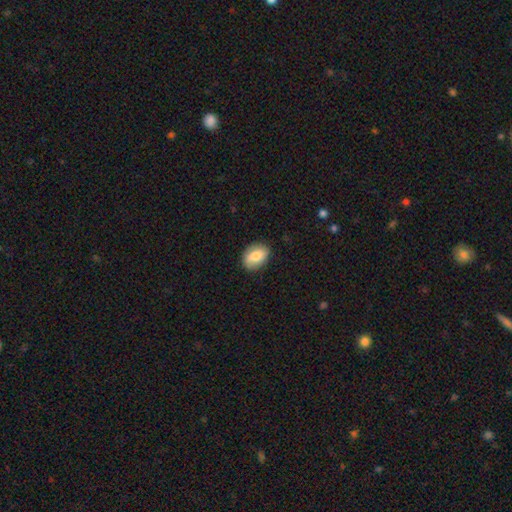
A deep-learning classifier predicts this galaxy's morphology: Smooth or featured? Predicted: smooth (p=0.78). How rounded? Predicted: in between (p=0.79). Merging? Predicted: none (p=0.85).